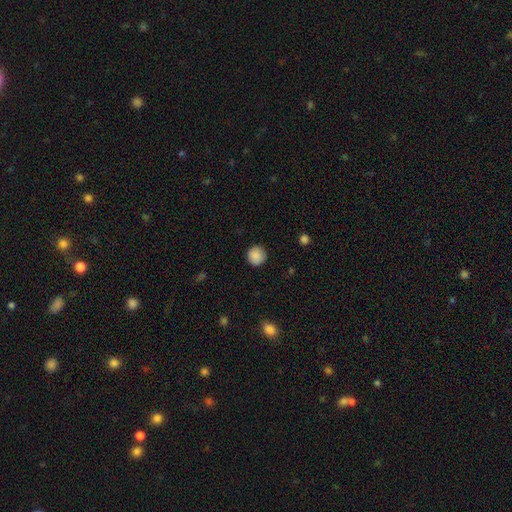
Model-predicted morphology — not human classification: This is clearly a smooth galaxy (88%). How rounded: clearly round (94%). Merging: clearly none (90%).